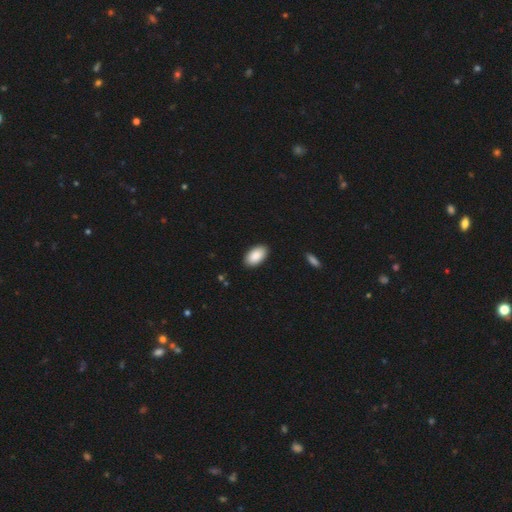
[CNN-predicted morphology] Q: Smooth or featured?
A: smooth (90%); runner-up: star or artifact (6%)
Q: How rounded?
A: in between (96%); runner-up: round (3%)
Q: Merging?
A: none (89%); runner-up: minor disturbance (8%)